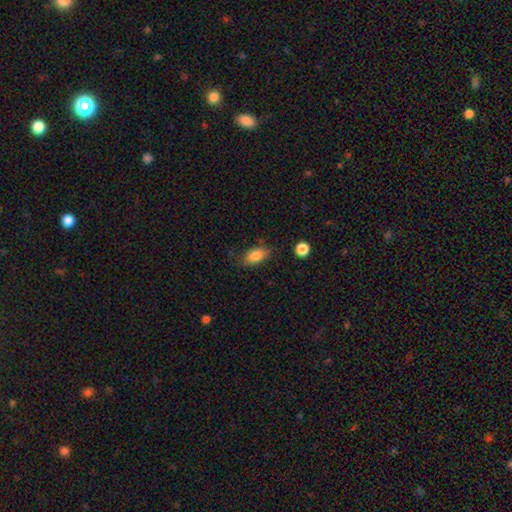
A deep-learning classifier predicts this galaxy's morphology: smooth_or_featured: smooth (p=0.82) [alt: featured or disk p=0.09]
how_rounded: in between (p=0.87) [alt: round p=0.07]
merging: none (p=0.78) [alt: minor disturbance p=0.16]